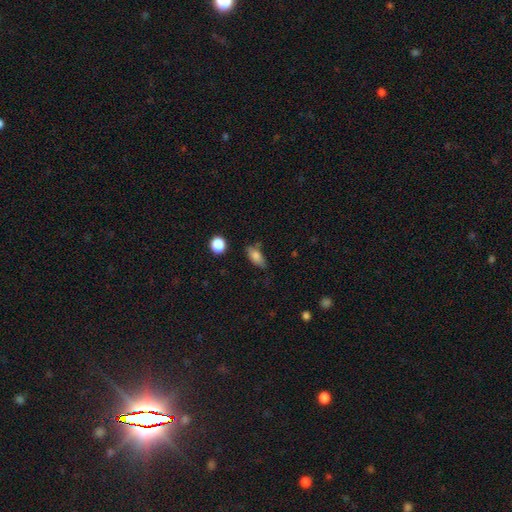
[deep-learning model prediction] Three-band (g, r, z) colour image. It shows a smooth galaxy with no disk features (79%) that is in between round and cigar-shaped (81%). Merging: none (65%).